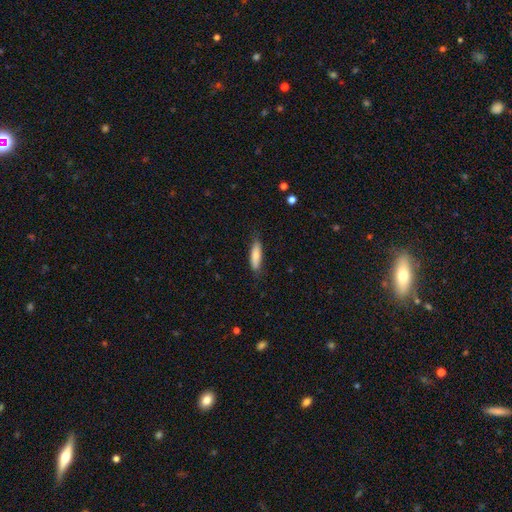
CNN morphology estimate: smooth-or-featured: smooth: 77% | featured or disk: 17% | star or artifact: 6%
  how-rounded: cigar-shaped: 54% | in between: 45% | round: 2%
  merging: none: 80% | minor disturbance: 16% | major disturbance: 3% | merger: 1%